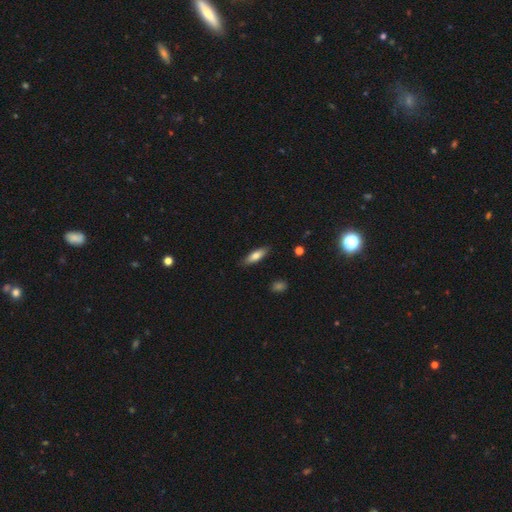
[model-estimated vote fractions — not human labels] Smooth or featured: smooth — 74% (featured or disk — 20%)
How rounded: in between — 51% (cigar-shaped — 47%)
Merging: none — 86% (minor disturbance — 10%)